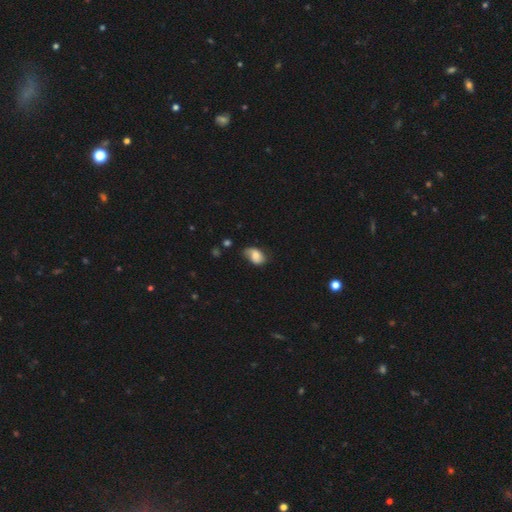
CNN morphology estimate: smooth 65%, featured or disk 27%, star or artifact 8%. Down the decision tree: how rounded — in between (85%); merging — none (49%).